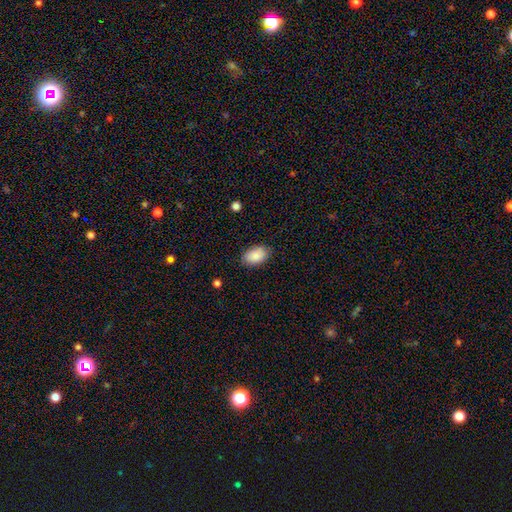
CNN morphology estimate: A smooth galaxy with no disk features (87%) that is in between round and cigar-shaped (92%). Merging: none (83%).